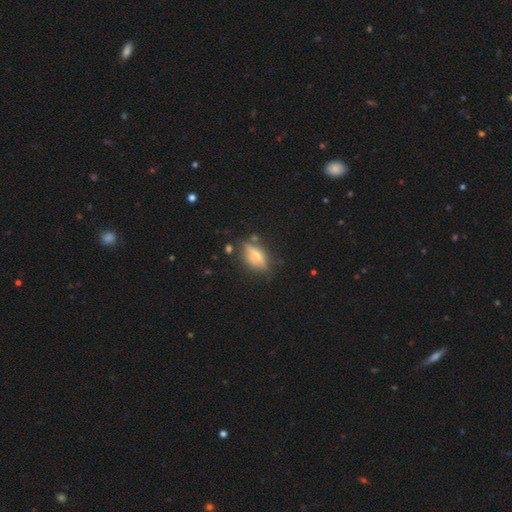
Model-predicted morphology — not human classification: Q: Smooth or featured?
A: featured or disk (54%); runner-up: smooth (36%)
Q: Edge-on disk?
A: yes (82%); runner-up: no (18%)
Q: Merging?
A: none (71%); runner-up: minor disturbance (19%)